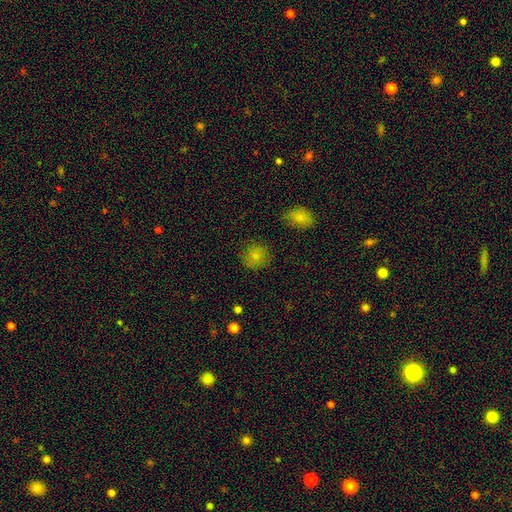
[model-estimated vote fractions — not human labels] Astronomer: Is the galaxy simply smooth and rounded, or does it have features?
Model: smooth — 83%.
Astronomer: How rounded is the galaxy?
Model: round — 89%.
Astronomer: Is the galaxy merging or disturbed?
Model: none — 85%.